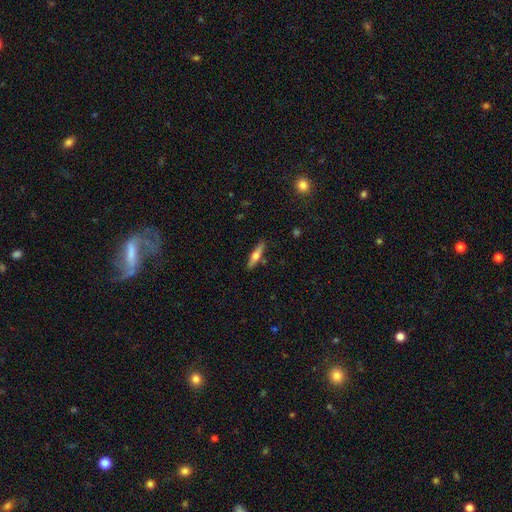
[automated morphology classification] smooth-or-featured: smooth: 48% | featured or disk: 46% | star or artifact: 6%
  merging: none: 85% | minor disturbance: 10% | merger: 3% | major disturbance: 2%